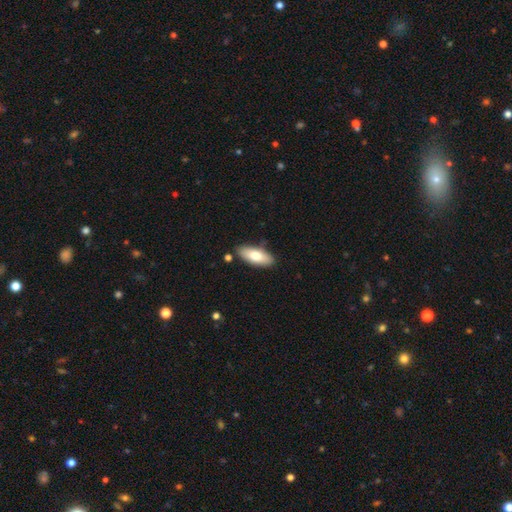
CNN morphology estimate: type=smooth (74%); roundness=in between (79%); merging=none (84%).